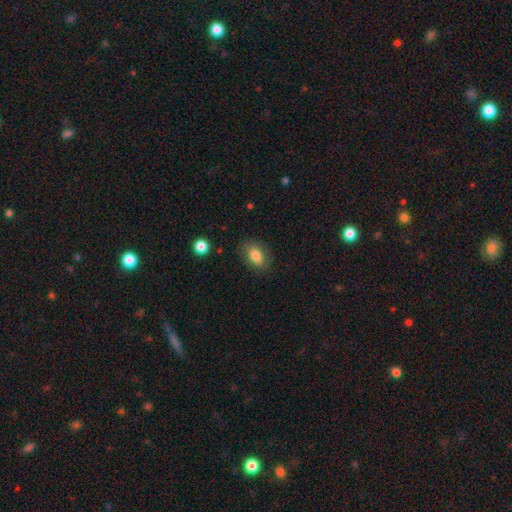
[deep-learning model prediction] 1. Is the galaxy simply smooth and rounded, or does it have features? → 82% smooth, 10% featured or disk, 8% star or artifact.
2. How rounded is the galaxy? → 84% in between, 14% round, 2% cigar-shaped.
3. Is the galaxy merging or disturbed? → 81% none, 14% minor disturbance, 4% major disturbance, 1% merger.